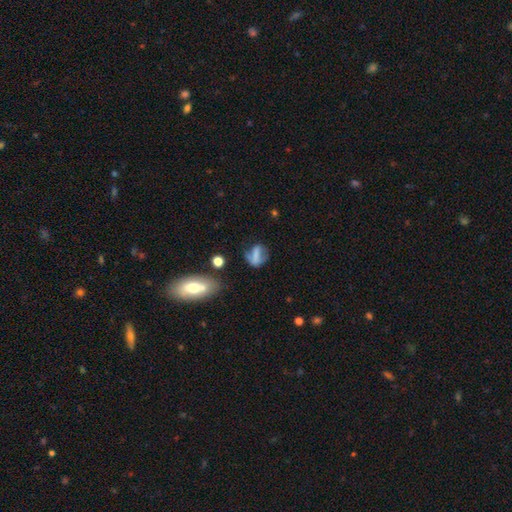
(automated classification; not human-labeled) Q: Smooth or featured?
A: smooth (57%); runner-up: featured or disk (30%)
Q: How rounded?
A: in between (57%); runner-up: round (27%)
Q: Merging?
A: none (47%); runner-up: minor disturbance (25%)